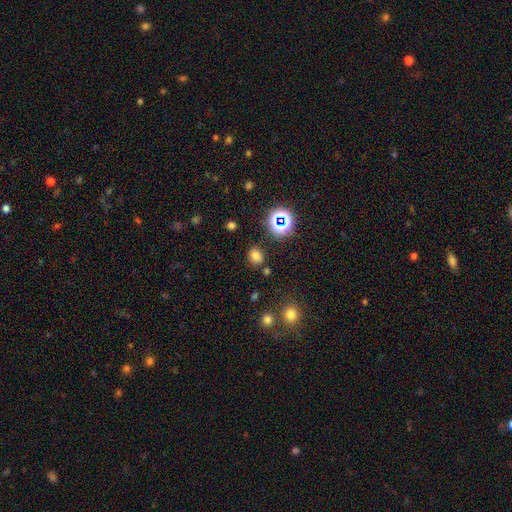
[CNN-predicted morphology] Smooth or featured? smooth (70%)
How rounded? round (50%)
Merging? none (80%)